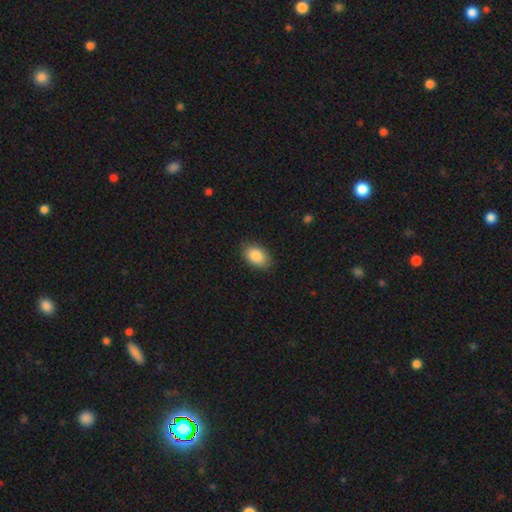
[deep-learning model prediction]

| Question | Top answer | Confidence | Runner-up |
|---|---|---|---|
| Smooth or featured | smooth | 87% | star or artifact (7%) |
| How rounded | in between | 90% | round (9%) |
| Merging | none | 85% | minor disturbance (12%) |